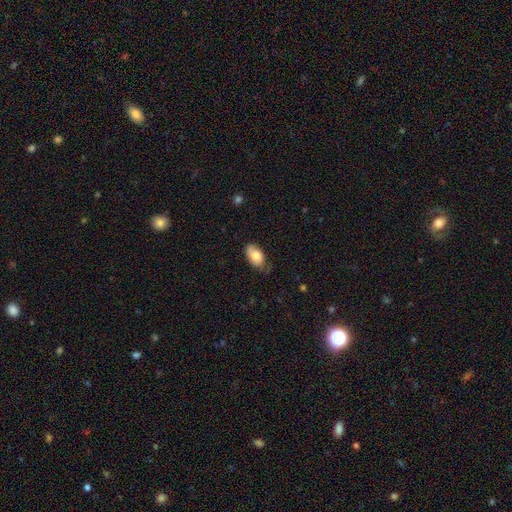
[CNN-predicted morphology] This is likely a smooth galaxy (69%). How rounded: clearly in between (91%). Merging: likely none (60%).